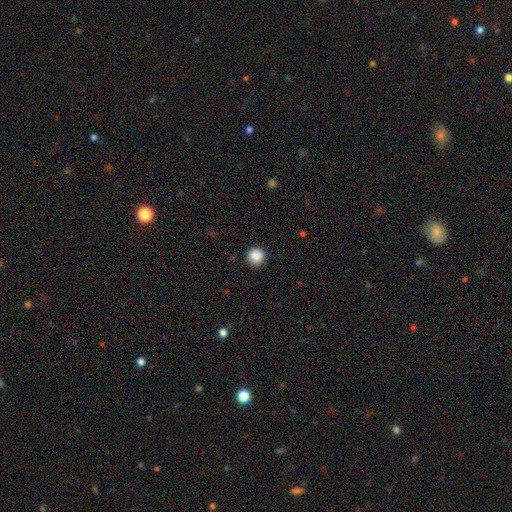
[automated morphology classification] Smooth or featured?
  - smooth: 88% *
  - star or artifact: 9%
  - featured or disk: 3%
How rounded?
  - round: 95% *
  - in between: 4%
  - cigar-shaped: 1%
Merging?
  - none: 91% *
  - minor disturbance: 6%
  - major disturbance: 2%
  - merger: 1%